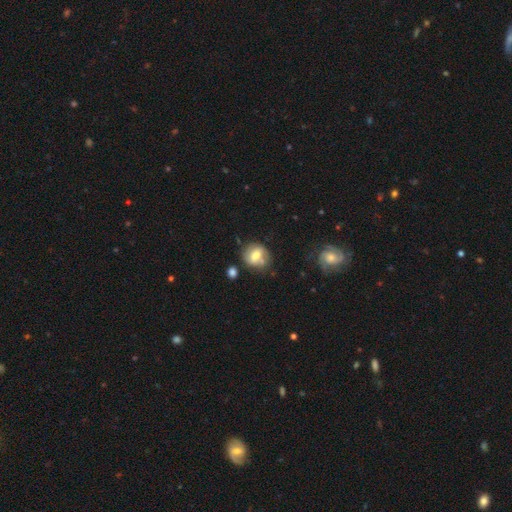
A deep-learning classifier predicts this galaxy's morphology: Q: Smooth or featured?
A: smooth (61%); runner-up: featured or disk (30%)
Q: How rounded?
A: round (73%); runner-up: in between (26%)
Q: Merging?
A: none (62%); runner-up: minor disturbance (21%)